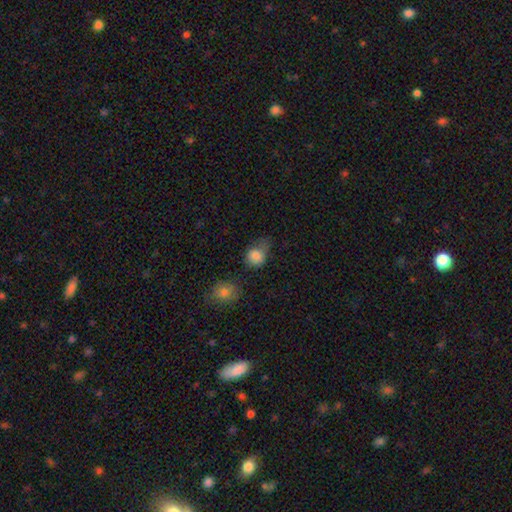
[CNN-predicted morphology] The model was most divided on "merging": minor disturbance: 38%, none: 36%, major disturbance: 20%, merger: 6%. More confident: smooth or featured — smooth (82%); how rounded — round (60%).